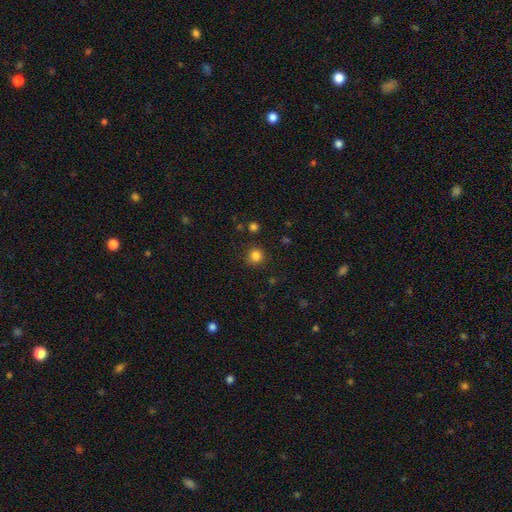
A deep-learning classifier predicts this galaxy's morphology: The model was most divided on "smooth or featured": smooth: 83%, star or artifact: 13%, featured or disk: 4%. More confident: how rounded — round (91%); merging — none (87%).